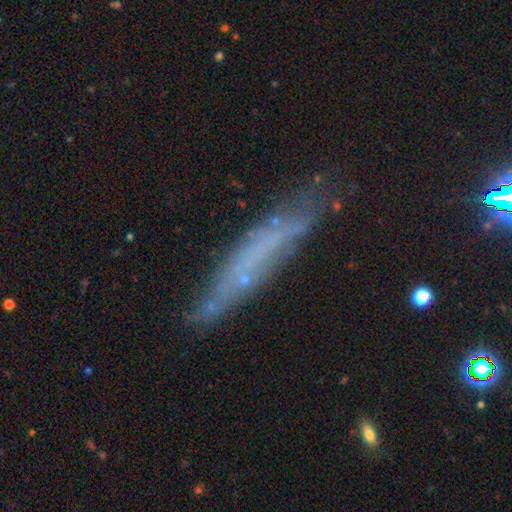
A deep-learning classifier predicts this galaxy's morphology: Smooth or featured?
  - featured or disk: 50% *
  - smooth: 36%
  - star or artifact: 14%
Edge-on disk?
  - yes: 69% *
  - no: 31%
Merging?
  - none: 64% *
  - minor disturbance: 24%
  - major disturbance: 9%
  - merger: 3%